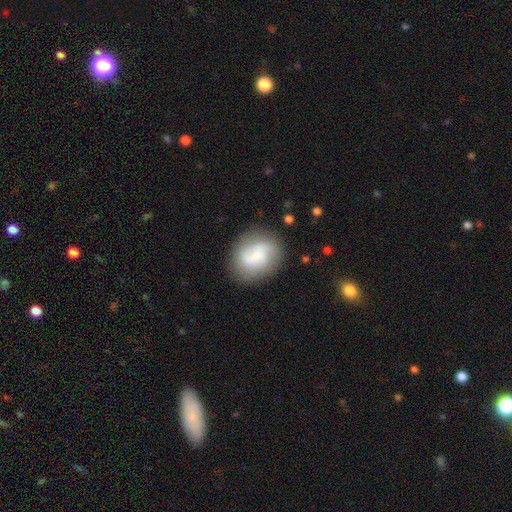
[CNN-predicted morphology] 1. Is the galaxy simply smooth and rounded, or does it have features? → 60% featured or disk, 33% smooth, 7% star or artifact.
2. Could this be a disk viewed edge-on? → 98% no, 2% yes.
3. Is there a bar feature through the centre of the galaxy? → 45% weak, 43% no, 12% strong.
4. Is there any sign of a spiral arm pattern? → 89% yes, 11% no.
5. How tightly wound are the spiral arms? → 42% medium, 38% loose, 20% tight.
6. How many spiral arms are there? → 64% 2, 14% can't tell, 12% 3, 5% 1, 3% 4, 2% more than 4.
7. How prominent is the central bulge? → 53% small, 25% moderate, 16% none, 5% large, 2% dominant.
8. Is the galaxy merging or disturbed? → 73% none, 16% minor disturbance, 8% major disturbance, 3% merger.